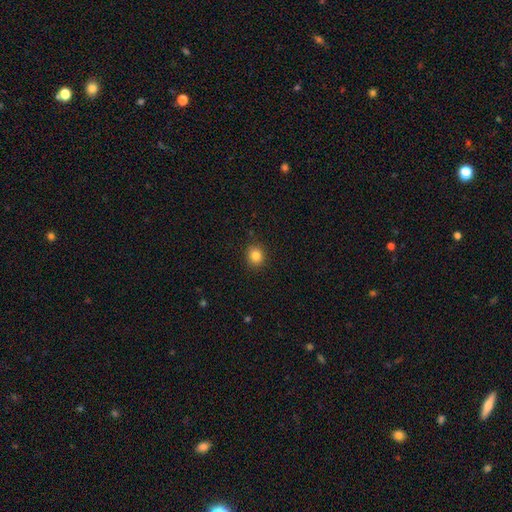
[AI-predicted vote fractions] Smooth or featured?
  - smooth: 83% *
  - star or artifact: 11%
  - featured or disk: 6%
How rounded?
  - round: 73% *
  - in between: 26%
  - cigar-shaped: 1%
Merging?
  - none: 89% *
  - minor disturbance: 8%
  - major disturbance: 2%
  - merger: 1%